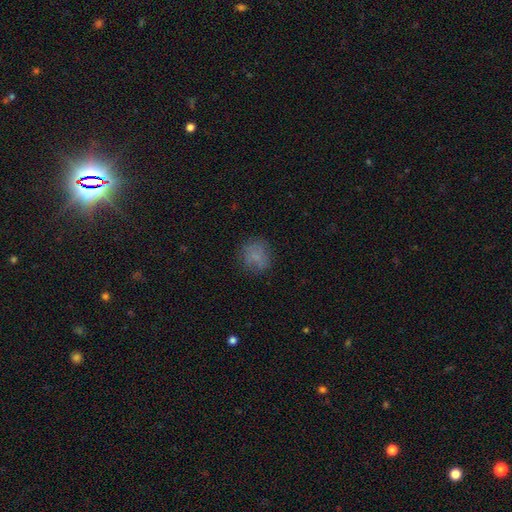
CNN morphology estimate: type=smooth (70%); roundness=round (80%); merging=none (71%).